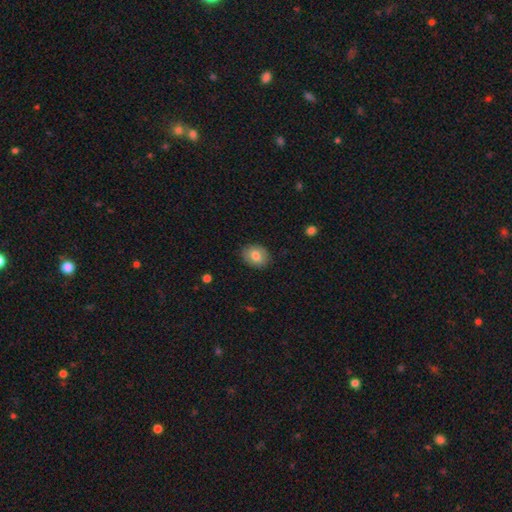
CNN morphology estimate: smooth 79%, featured or disk 13%, star or artifact 8%. Down the decision tree: how rounded — in between (55%); merging — none (87%).